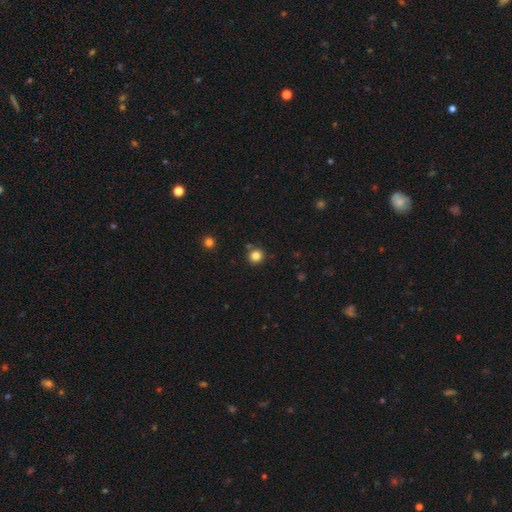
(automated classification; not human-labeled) The model was most divided on "smooth or featured": smooth: 83%, star or artifact: 13%, featured or disk: 4%. More confident: how rounded — round (92%); merging — none (84%).